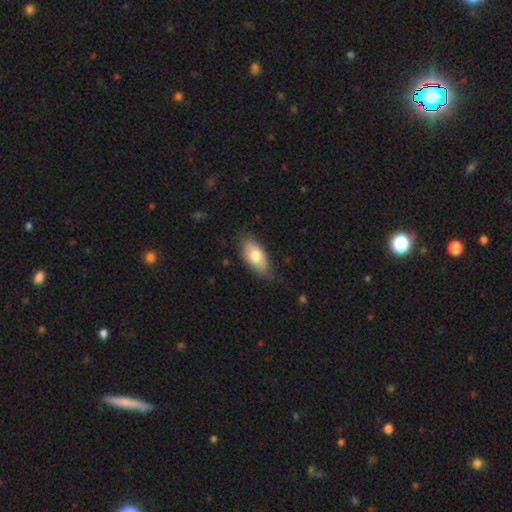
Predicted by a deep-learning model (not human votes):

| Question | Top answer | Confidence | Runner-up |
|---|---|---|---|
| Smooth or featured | smooth | 74% | featured or disk (20%) |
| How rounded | in between | 88% | cigar-shaped (9%) |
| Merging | none | 76% | minor disturbance (20%) |